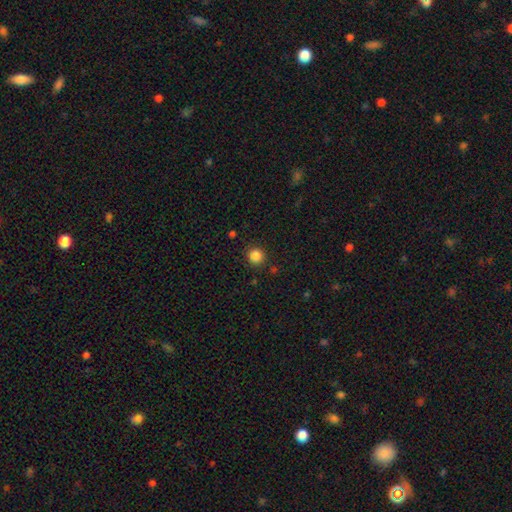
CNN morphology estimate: Q: Smooth or featured?
A: smooth (85%); runner-up: star or artifact (12%)
Q: How rounded?
A: round (94%); runner-up: in between (5%)
Q: Merging?
A: none (90%); runner-up: minor disturbance (6%)